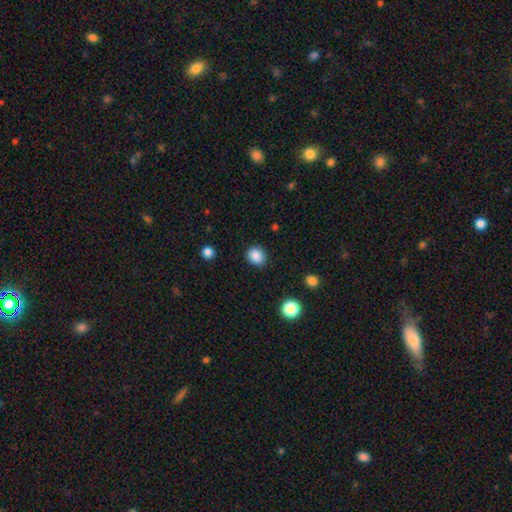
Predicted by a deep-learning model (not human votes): This is clearly a smooth galaxy (87%). How rounded: likely round (66%). Merging: clearly none (87%).